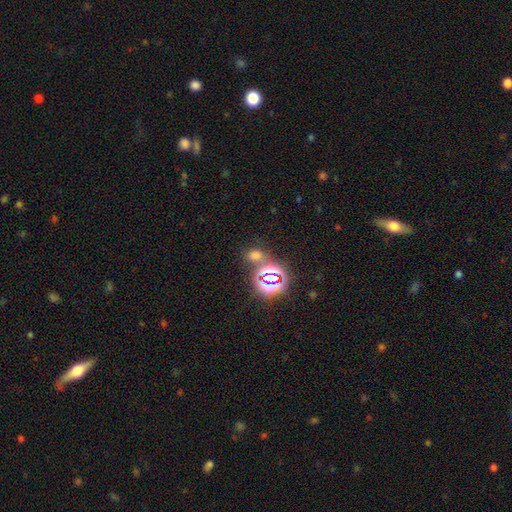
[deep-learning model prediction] A star or artifact, not a galaxy (48%).